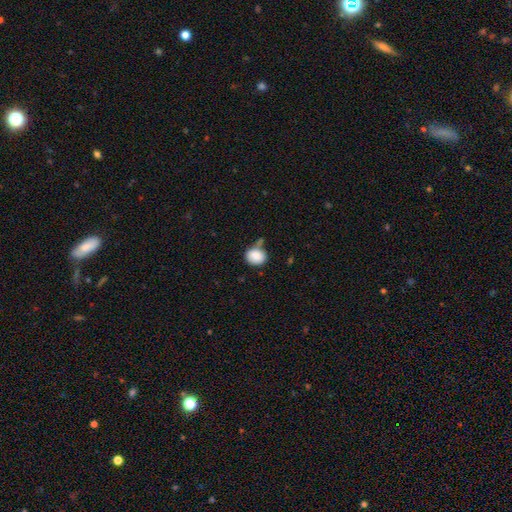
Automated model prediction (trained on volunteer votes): Smooth or featured? Predicted: smooth (p=0.88). How rounded? Predicted: round (p=0.54). Merging? Predicted: none (p=0.62).